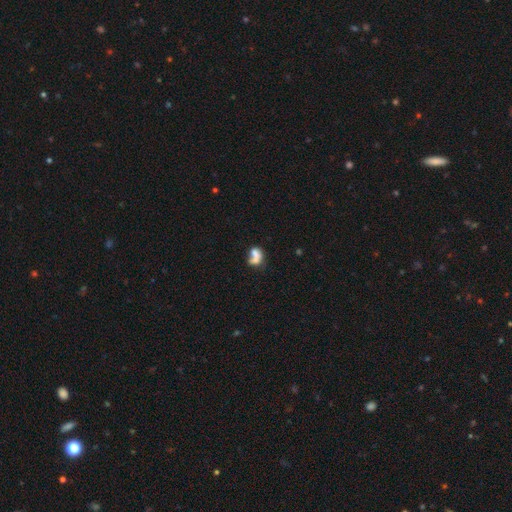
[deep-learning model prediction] Smooth or featured?
  - smooth: 62% *
  - featured or disk: 26%
  - star or artifact: 12%
How rounded?
  - in between: 67% *
  - round: 30%
  - cigar-shaped: 3%
Merging?
  - merger: 52% *
  - none: 23%
  - major disturbance: 14%
  - minor disturbance: 11%